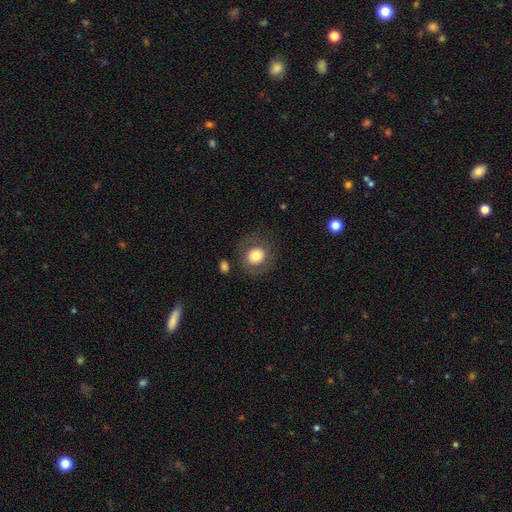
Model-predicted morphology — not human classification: Smooth or featured: smooth — 76% (featured or disk — 15%)
How rounded: round — 80% (in between — 19%)
Merging: none — 78% (minor disturbance — 12%)